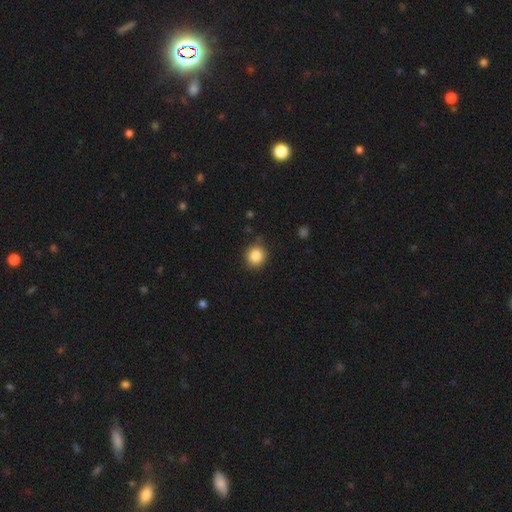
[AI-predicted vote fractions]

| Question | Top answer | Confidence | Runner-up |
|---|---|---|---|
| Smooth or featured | smooth | 85% | star or artifact (10%) |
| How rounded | round | 89% | in between (10%) |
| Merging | none | 87% | minor disturbance (9%) |